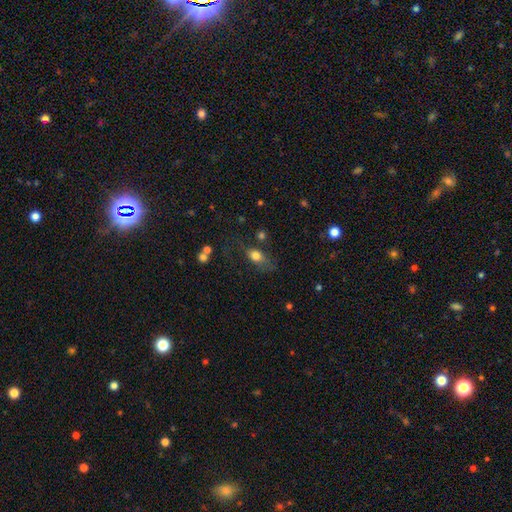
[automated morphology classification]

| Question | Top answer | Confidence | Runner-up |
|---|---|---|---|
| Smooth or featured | smooth | 74% | featured or disk (16%) |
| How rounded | in between | 75% | round (16%) |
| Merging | none | 51% | minor disturbance (26%) |